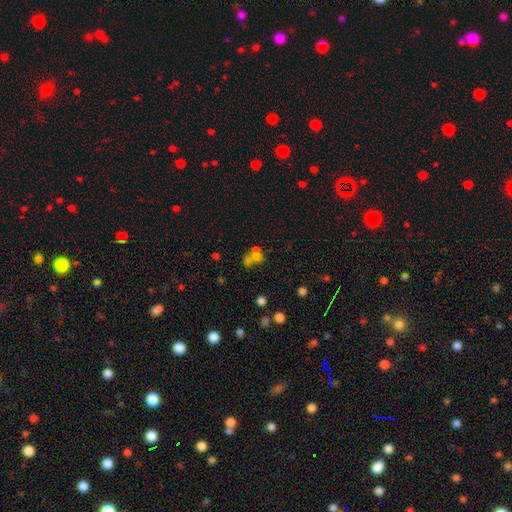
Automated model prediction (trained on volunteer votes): A smooth galaxy with no disk features (58%) that is round (64%).

Vote fractions:
- Smooth or featured? smooth: 58% / featured or disk: 22% / star or artifact: 20%
- How rounded? round: 64% / in between: 34% / cigar-shaped: 2%
- Merging? merger: 57% / none: 29% / minor disturbance: 8% / major disturbance: 7%